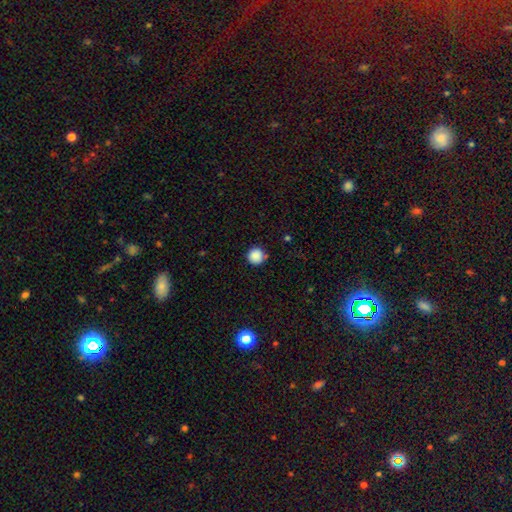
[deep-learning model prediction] Smooth or featured?
  - smooth: 87% *
  - star or artifact: 10%
  - featured or disk: 3%
How rounded?
  - round: 95% *
  - in between: 4%
  - cigar-shaped: 1%
Merging?
  - none: 85% *
  - minor disturbance: 10%
  - merger: 3%
  - major disturbance: 2%